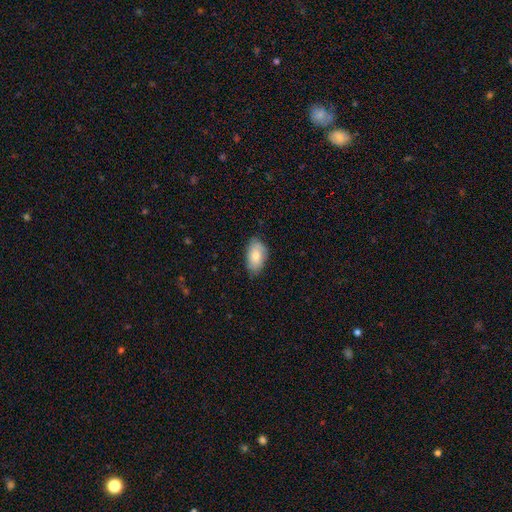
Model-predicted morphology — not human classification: Overall: smooth (76%). How rounded: in between (93%). Merging: none (74%).